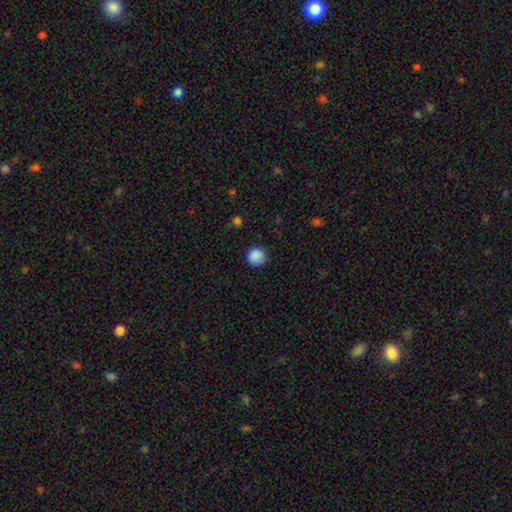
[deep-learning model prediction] smooth 88%, star or artifact 9%, featured or disk 3%. Down the decision tree: how rounded — round (94%); merging — none (88%).